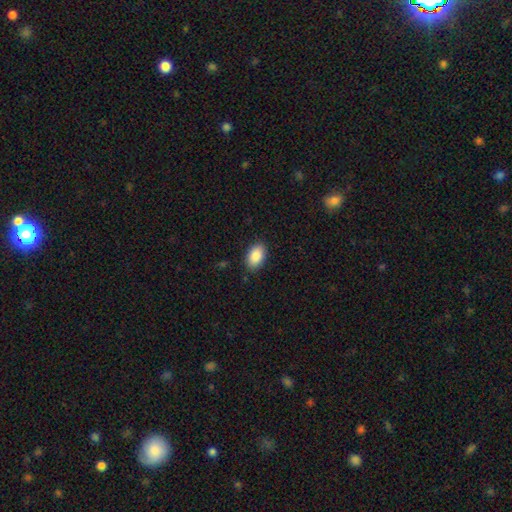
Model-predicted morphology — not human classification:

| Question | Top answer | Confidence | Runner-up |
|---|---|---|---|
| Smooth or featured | smooth | 88% | star or artifact (7%) |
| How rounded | in between | 92% | round (6%) |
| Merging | none | 88% | minor disturbance (9%) |